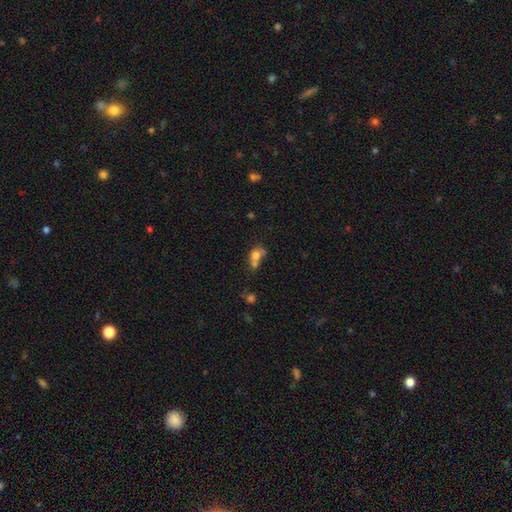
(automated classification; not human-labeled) The model was most divided on "how rounded": round: 51%, in between: 47%, cigar-shaped: 2%. More confident: smooth or featured — smooth (70%); merging — merger (57%).